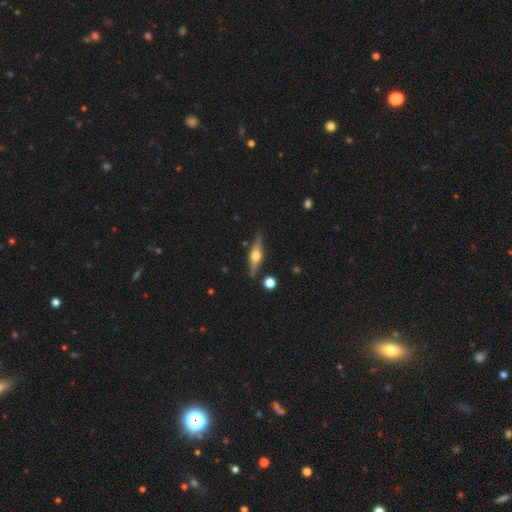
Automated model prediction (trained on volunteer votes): featured or disk 69%, smooth 25%, star or artifact 6%. Down the decision tree: edge-on disk — yes (96%); edge-on bulge — rounded (95%); merging — none (86%).